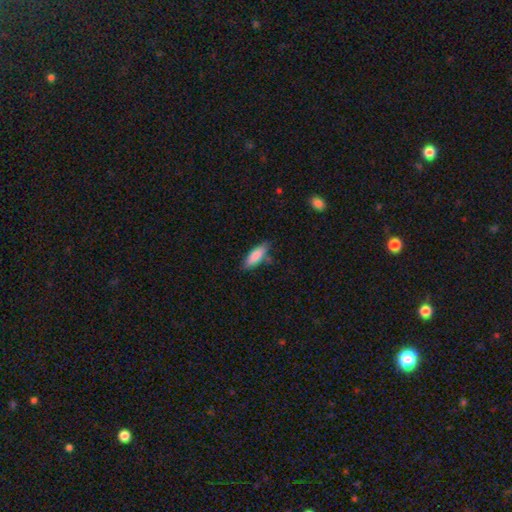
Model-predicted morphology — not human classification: This is clearly a smooth galaxy (85%). How rounded: likely in between (62%). Merging: likely none (73%).